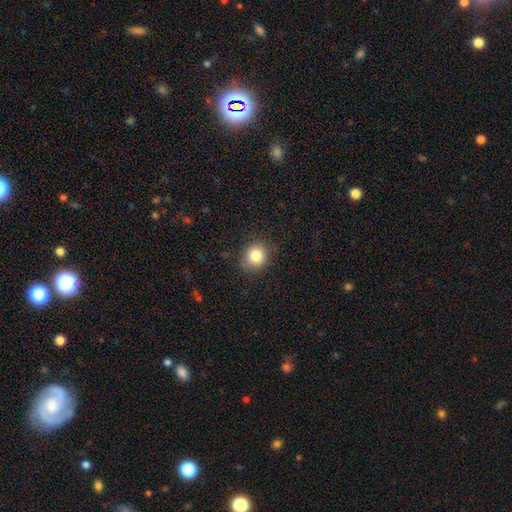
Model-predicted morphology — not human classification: The model was most divided on "how rounded": round: 82%, in between: 17%, cigar-shaped: 1%. More confident: merging — none (84%); smooth or featured — smooth (84%).